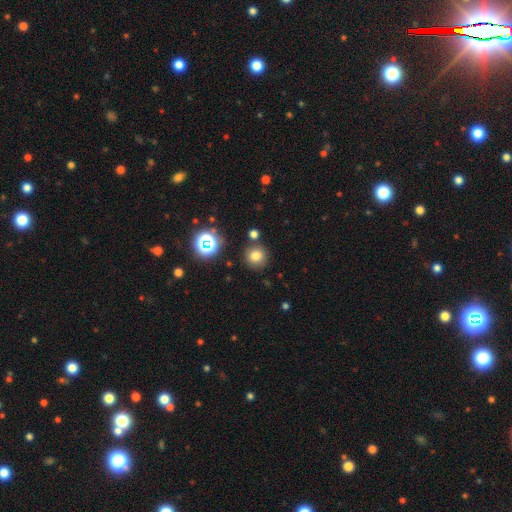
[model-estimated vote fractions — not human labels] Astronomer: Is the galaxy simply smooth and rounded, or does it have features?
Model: smooth — 74%.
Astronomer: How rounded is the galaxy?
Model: round — 93%.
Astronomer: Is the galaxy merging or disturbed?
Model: none — 83%.